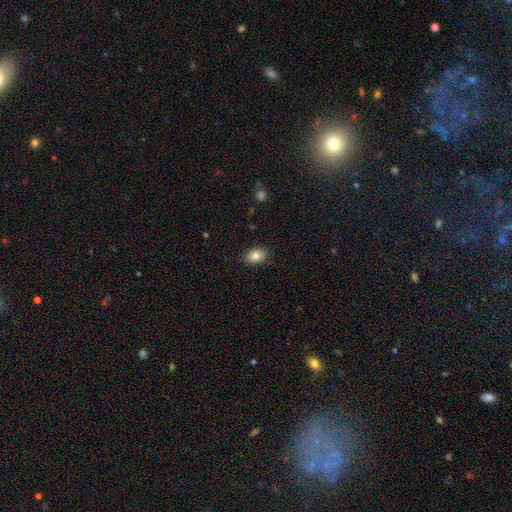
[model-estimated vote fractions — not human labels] This appears to be a smooth galaxy with no disk features (85%) that is in between round and cigar-shaped (82%). Merging: none (88%).